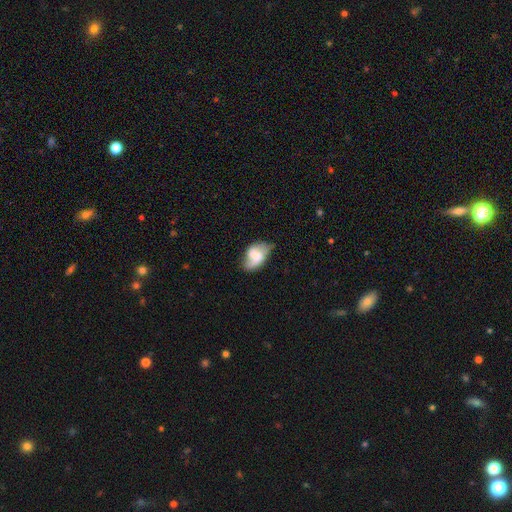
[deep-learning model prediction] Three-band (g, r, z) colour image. It shows a featured or disk galaxy (55%) with a weak bar (45%), spiral arms (83%) and a moderate central bulge (36%). Merging: none (52%).